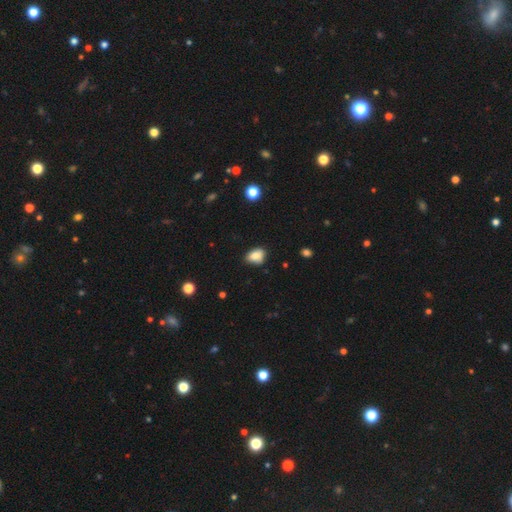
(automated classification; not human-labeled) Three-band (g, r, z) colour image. It shows a smooth galaxy with no disk features (81%) that is in between round and cigar-shaped (67%). Merging: none (64%).